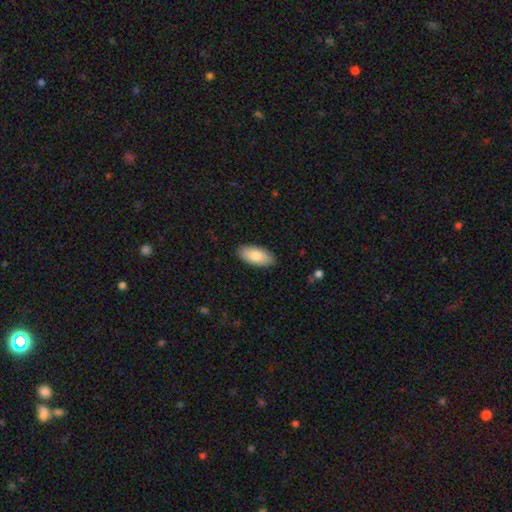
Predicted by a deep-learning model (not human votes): smooth_or_featured: smooth (p=0.82) [alt: featured or disk p=0.13]
how_rounded: in between (p=0.93) [alt: cigar-shaped p=0.05]
merging: none (p=0.89) [alt: minor disturbance p=0.09]